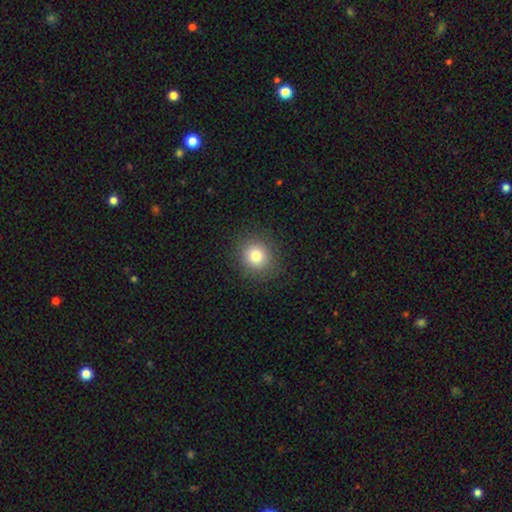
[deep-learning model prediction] Smooth or featured? Predicted: smooth (p=0.79). How rounded? Predicted: round (p=0.88). Merging? Predicted: none (p=0.89).